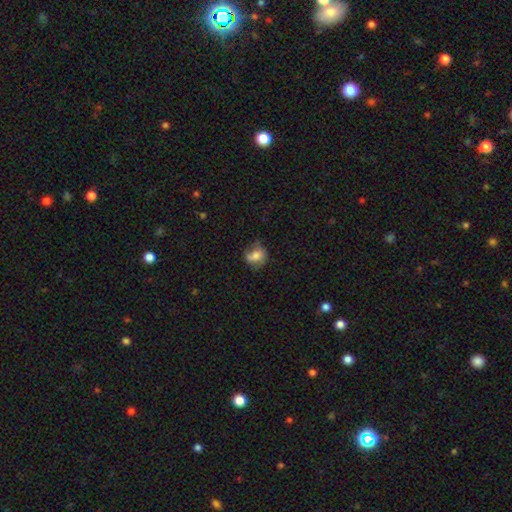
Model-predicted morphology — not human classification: Smooth or featured? smooth (67%)
How rounded? round (53%)
Merging? none (54%)